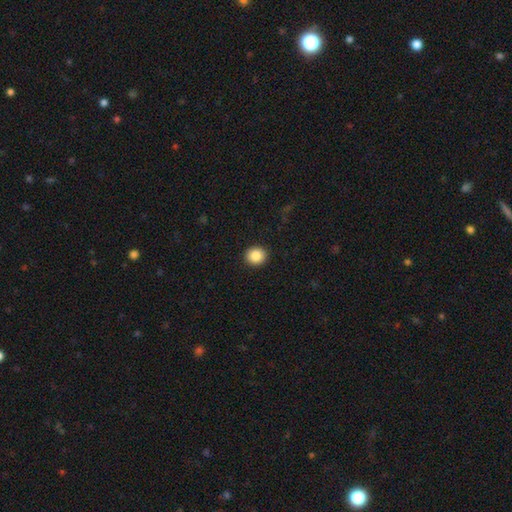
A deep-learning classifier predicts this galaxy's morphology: Smooth or featured: smooth — 87% (star or artifact — 9%)
How rounded: round — 83% (in between — 16%)
Merging: none — 92% (minor disturbance — 5%)